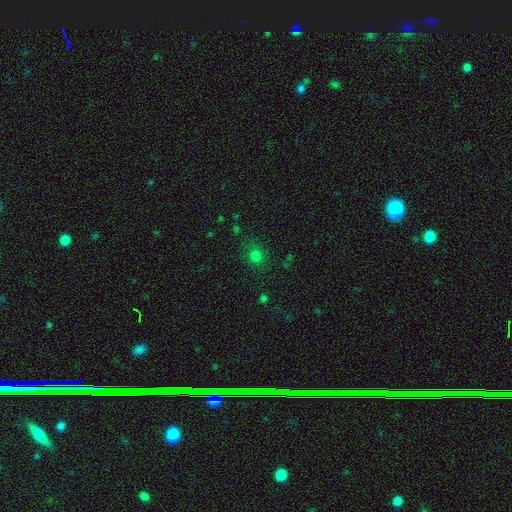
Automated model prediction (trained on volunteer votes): Overall: smooth (75%). How rounded: round (79%). Merging: none (81%).